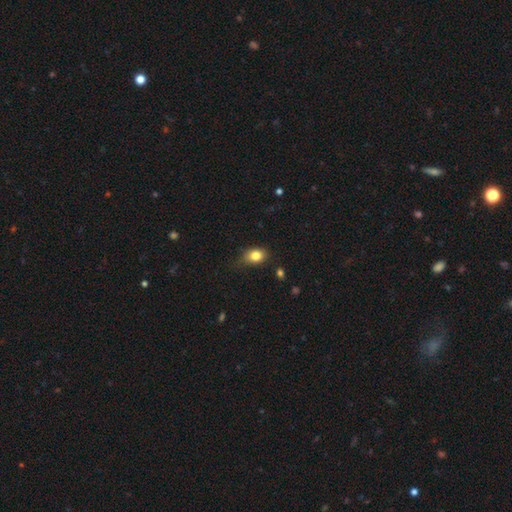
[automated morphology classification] Overall: smooth (82%). How rounded: in between (68%; round 31%). Merging: none (69%).